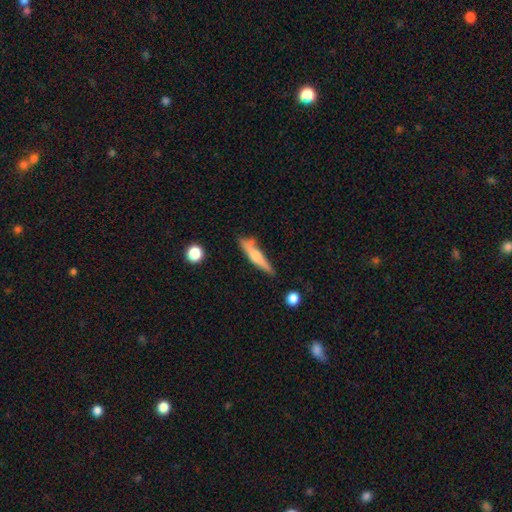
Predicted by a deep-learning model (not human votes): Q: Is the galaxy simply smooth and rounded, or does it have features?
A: smooth — 52%.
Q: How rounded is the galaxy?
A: cigar-shaped — 87%.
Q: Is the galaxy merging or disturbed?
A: none — 66%.